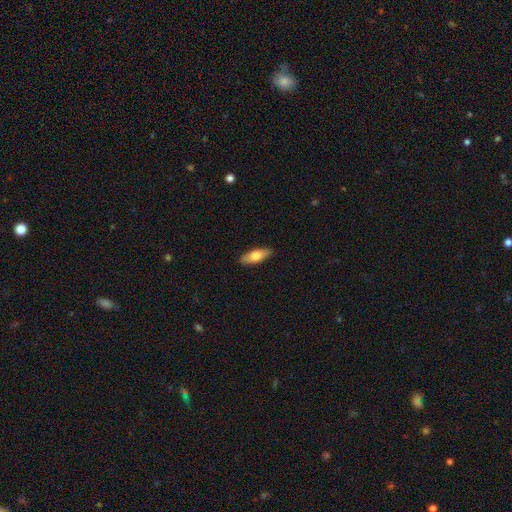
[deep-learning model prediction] Smooth or featured? Predicted: smooth (p=0.71). How rounded? Predicted: in between (p=0.72). Merging? Predicted: none (p=0.88).